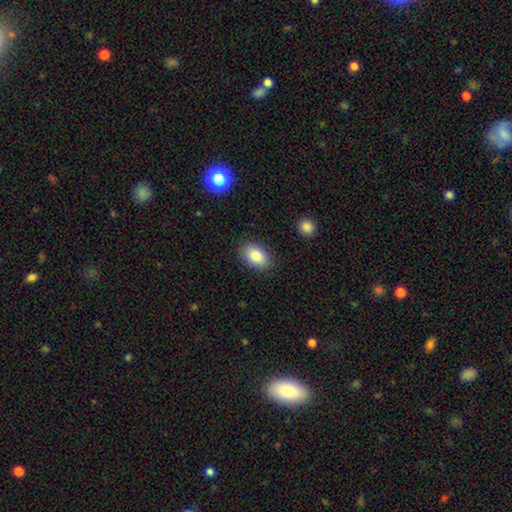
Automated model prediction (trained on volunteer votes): Morphology: type=smooth (83%); roundness=in between (88%); merging=none (86%).